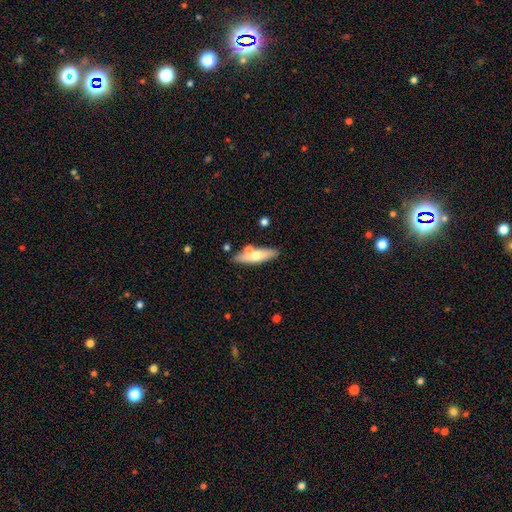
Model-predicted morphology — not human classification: Smooth or featured: smooth — 58% (featured or disk — 35%)
How rounded: cigar-shaped — 60% (in between — 37%)
Merging: none — 71% (merger — 14%)